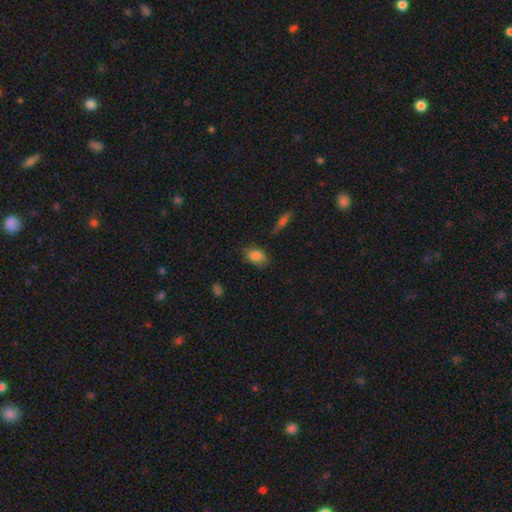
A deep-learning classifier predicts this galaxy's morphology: This is clearly a smooth galaxy (84%). How rounded: clearly in between (81%). Merging: likely none (71%).